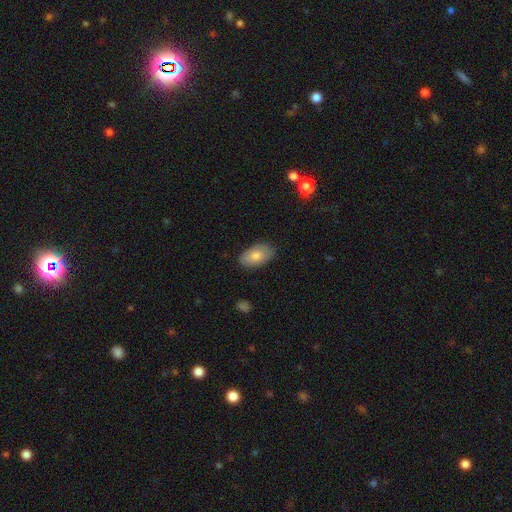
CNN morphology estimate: This is likely a smooth galaxy (79%). How rounded: clearly in between (94%). Merging: clearly none (85%).